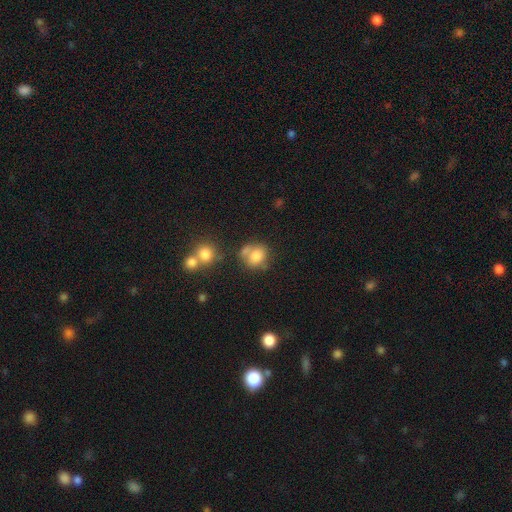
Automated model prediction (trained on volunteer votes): smooth-or-featured: smooth: 77% | featured or disk: 12% | star or artifact: 11%
  how-rounded: round: 66% | in between: 33% | cigar-shaped: 1%
  merging: none: 46% | merger: 25% | minor disturbance: 19% | major disturbance: 9%